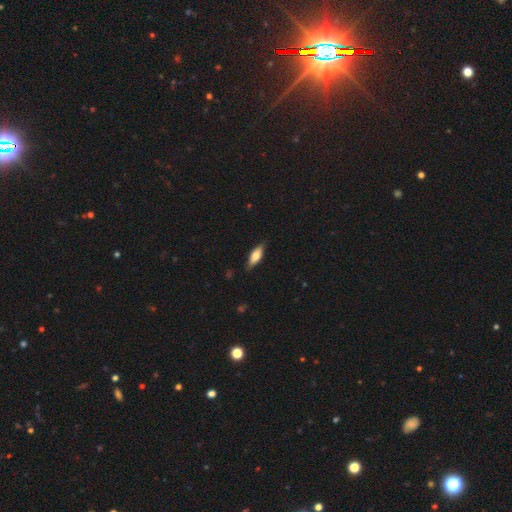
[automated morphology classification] A smooth galaxy with no disk features (55%) that is in between round and cigar-shaped (62%). Merging: none (83%).